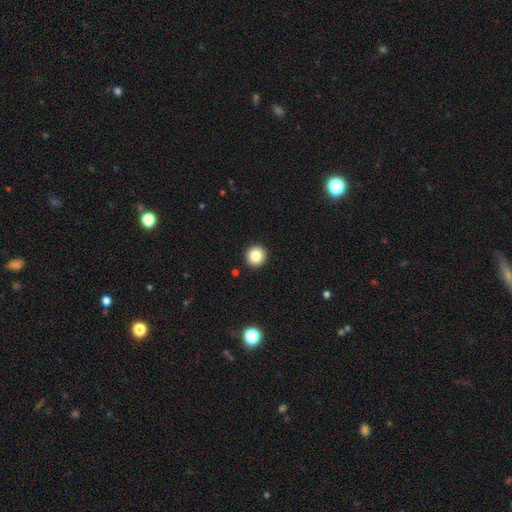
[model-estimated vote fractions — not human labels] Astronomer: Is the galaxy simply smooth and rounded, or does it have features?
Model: smooth — 85%.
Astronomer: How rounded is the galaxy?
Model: round — 95%.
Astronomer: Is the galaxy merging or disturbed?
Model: none — 93%.